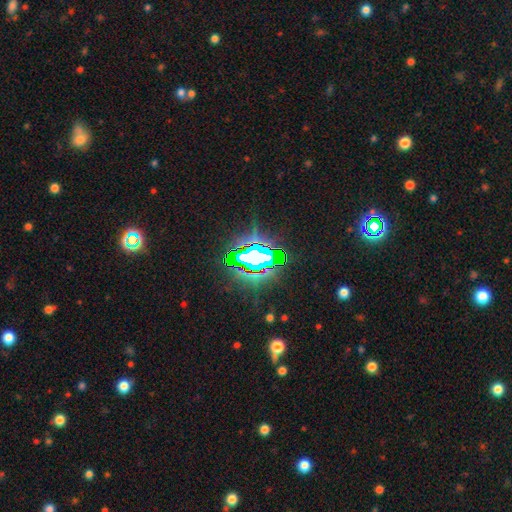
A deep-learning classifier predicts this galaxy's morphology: Smooth or featured? star or artifact (76%)